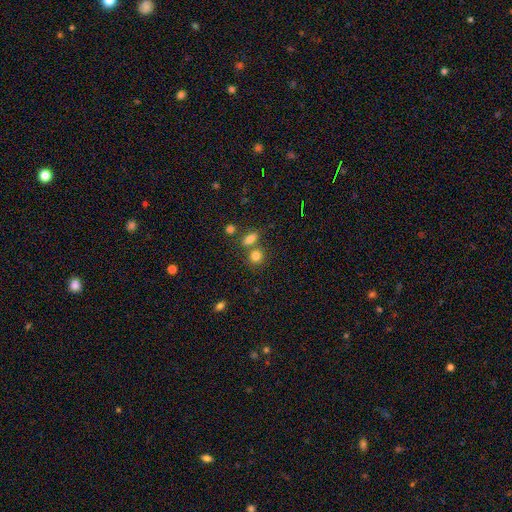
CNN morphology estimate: Smooth or featured? smooth (81%)
How rounded? round (70%)
Merging? none (59%)